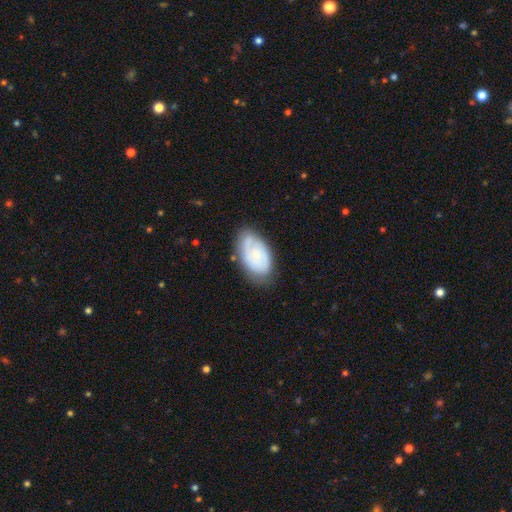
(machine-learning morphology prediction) smooth 48%, featured or disk 45%, star or artifact 7%. Down the decision tree: merging — none (70%).